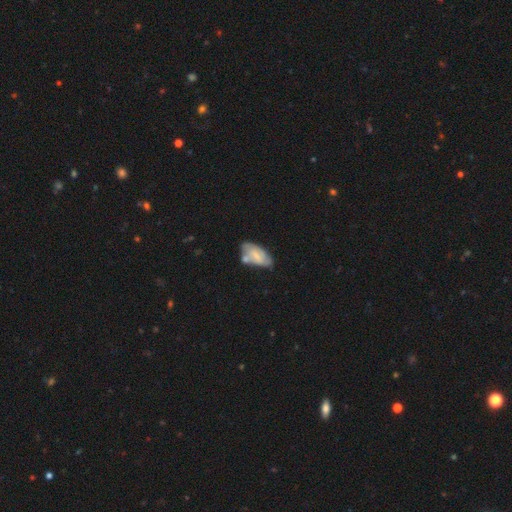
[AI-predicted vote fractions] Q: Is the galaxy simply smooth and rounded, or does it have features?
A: featured or disk — 51%.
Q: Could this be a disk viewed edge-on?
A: no — 93%.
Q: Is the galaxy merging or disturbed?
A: none — 43%.